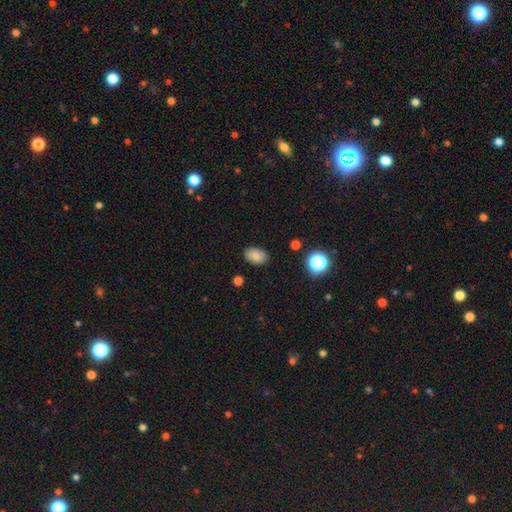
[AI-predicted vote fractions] Smooth or featured: smooth — 81% (star or artifact — 10%)
How rounded: in between — 85% (round — 14%)
Merging: none — 85% (minor disturbance — 11%)